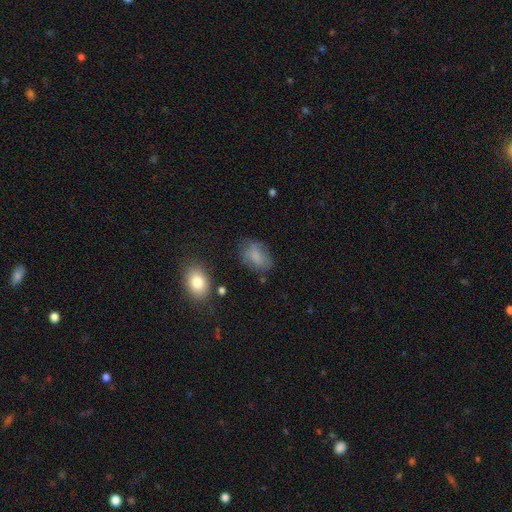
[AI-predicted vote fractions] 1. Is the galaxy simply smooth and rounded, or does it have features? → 74% smooth, 15% featured or disk, 11% star or artifact.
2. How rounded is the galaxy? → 86% in between, 12% round, 2% cigar-shaped.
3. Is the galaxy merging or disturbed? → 56% none, 28% minor disturbance, 13% major disturbance, 3% merger.